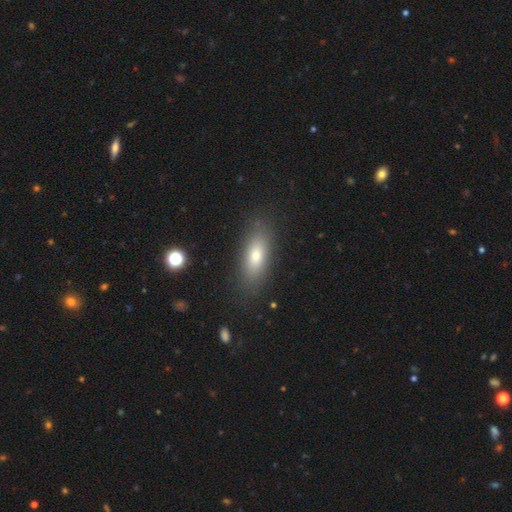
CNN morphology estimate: A smooth galaxy with no disk features (75%) that is in between round and cigar-shaped (74%). Merging: none (84%).